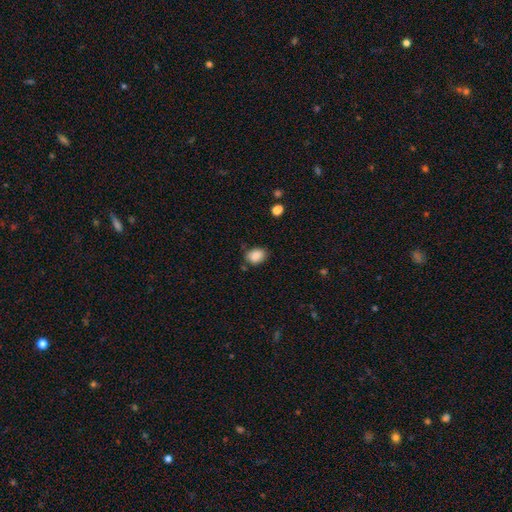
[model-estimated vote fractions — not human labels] A smooth galaxy with no disk features (87%) that is in between round and cigar-shaped (63%). Merging: none (74%).